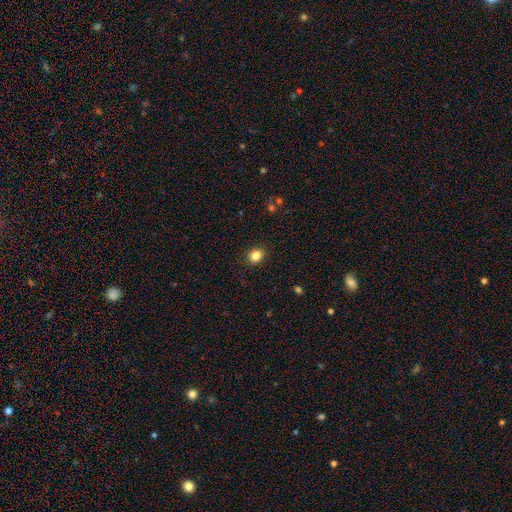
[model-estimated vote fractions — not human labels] This appears to be a smooth galaxy with no disk features (84%) that is round (56%). Merging: none (88%).